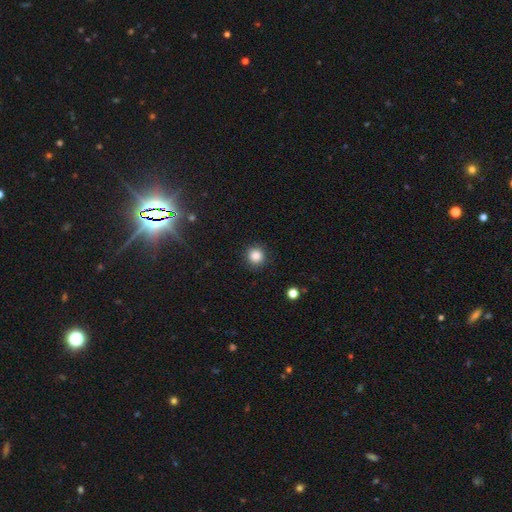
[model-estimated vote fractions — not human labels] This appears to be a smooth galaxy with no disk features (85%) that is round (93%). Merging: none (90%).